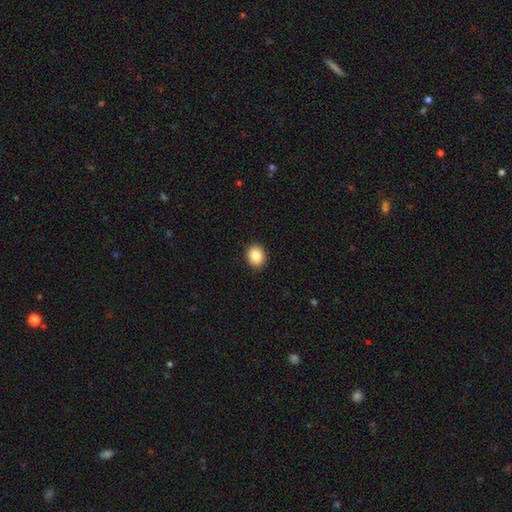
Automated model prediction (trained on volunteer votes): This is clearly a smooth galaxy (86%). How rounded: possibly round (59%). Merging: clearly none (91%).